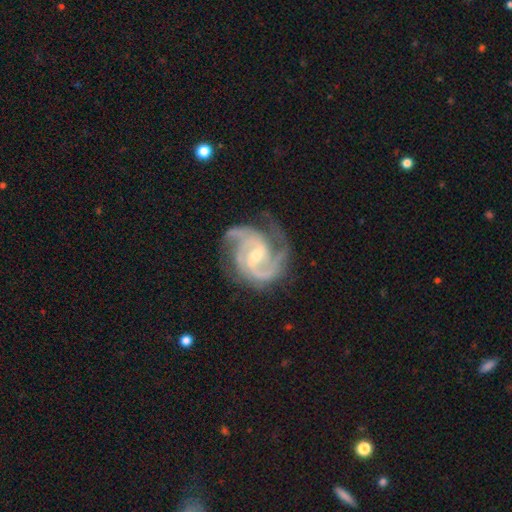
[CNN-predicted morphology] This appears to be a featured or disk galaxy (93%) with a weak bar (51%), 2 (43%) medium (51%) spiral arms (99%) and a small central bulge (51%). Merging: none (69%).